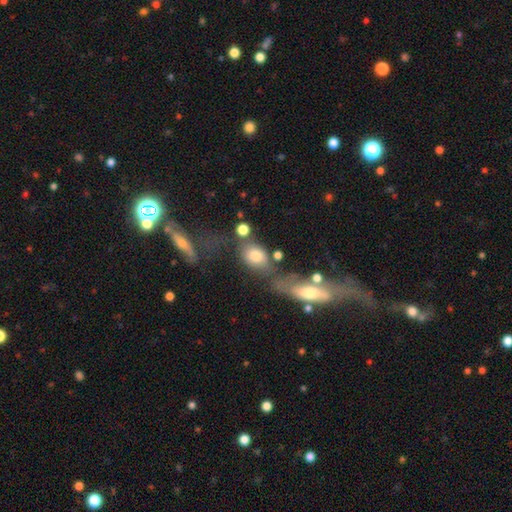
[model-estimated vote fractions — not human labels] This appears to be a smooth galaxy with no disk features (72%) that is in between round and cigar-shaped (69%). Merging: none (42%).